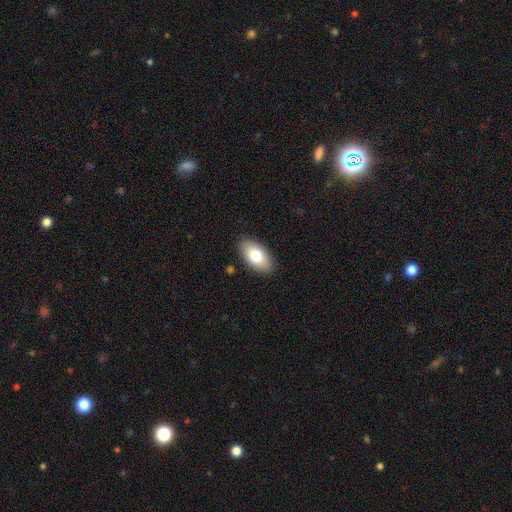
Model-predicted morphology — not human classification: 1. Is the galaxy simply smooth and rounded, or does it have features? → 76% smooth, 17% featured or disk, 7% star or artifact.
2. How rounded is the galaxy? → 94% in between, 4% round, 3% cigar-shaped.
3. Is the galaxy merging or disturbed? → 88% none, 9% minor disturbance, 2% major disturbance, 1% merger.